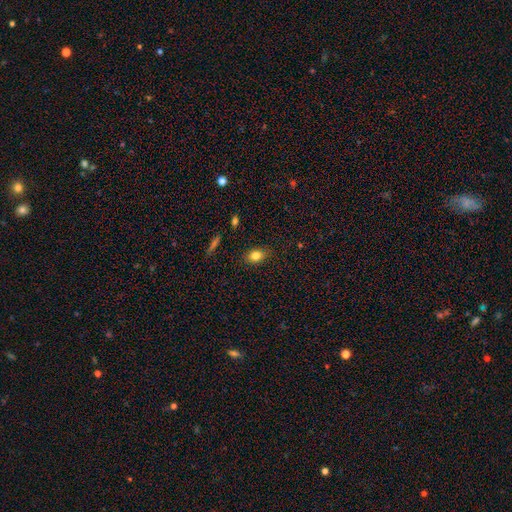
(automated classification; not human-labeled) Overall: smooth (80%). How rounded: in between (69%; round 29%). Merging: none (84%).